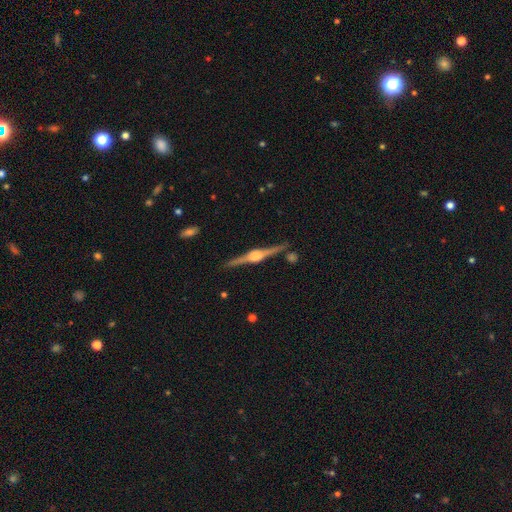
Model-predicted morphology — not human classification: type=featured or disk (88%); edge-on=yes (98%); edge-on bulge=rounded (91%); merging=none (89%).